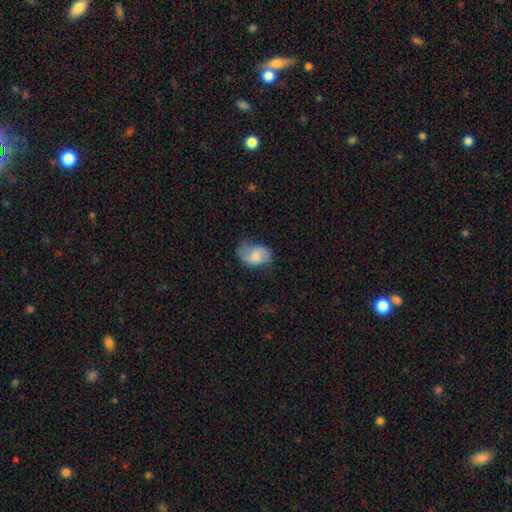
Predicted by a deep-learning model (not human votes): The model was most divided on "smooth or featured": smooth: 56%, featured or disk: 37%, star or artifact: 8%. More confident: how rounded — in between (83%); merging — none (51%).